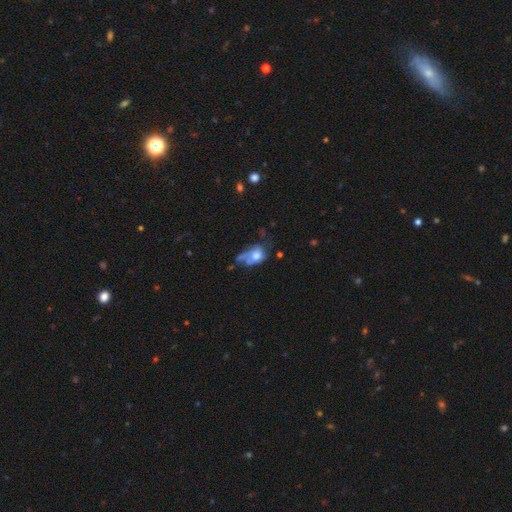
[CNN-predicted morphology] Q: Smooth or featured?
A: smooth (53%); runner-up: featured or disk (38%)
Q: How rounded?
A: in between (76%); runner-up: round (22%)
Q: Merging?
A: major disturbance (39%); runner-up: minor disturbance (24%)